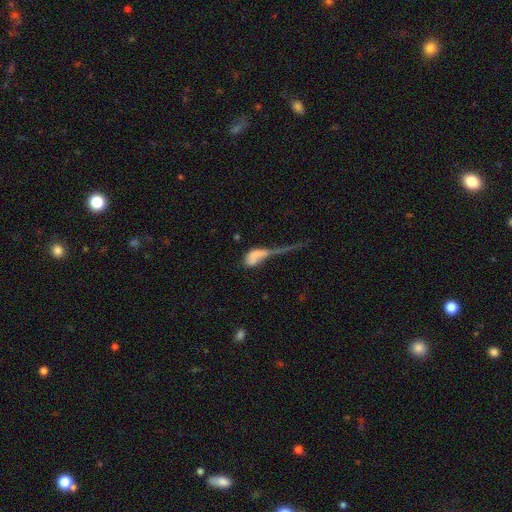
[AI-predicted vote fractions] Morphology: type=smooth (58%); roundness=in between (76%); merging=major disturbance (58%).